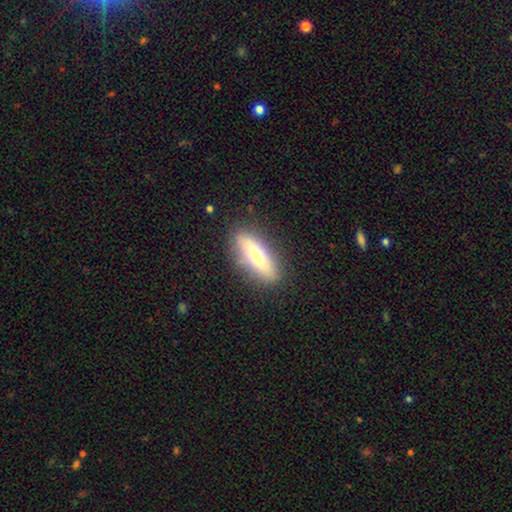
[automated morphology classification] smooth 60%, featured or disk 33%, star or artifact 7%. Down the decision tree: how rounded — in between (53%); merging — none (84%).